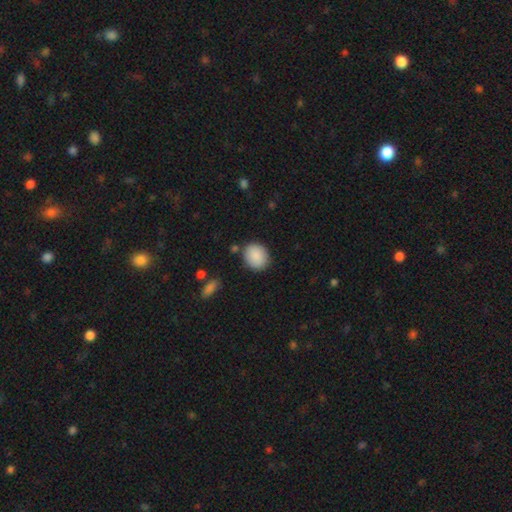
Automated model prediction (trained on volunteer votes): A smooth galaxy with no disk features (89%) that is round (54%). Merging: none (80%).